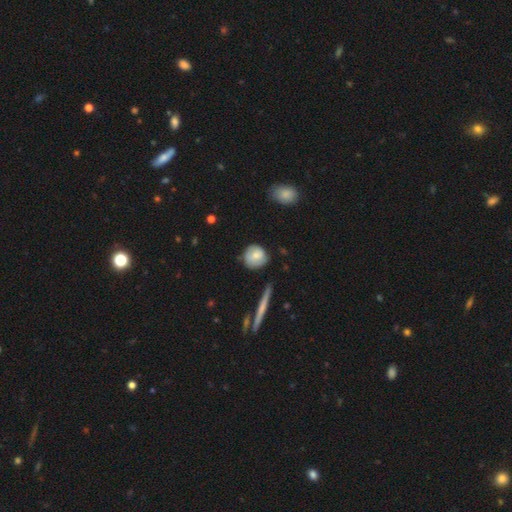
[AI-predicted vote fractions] This is likely a smooth galaxy (71%). How rounded: clearly round (87%). Merging: likely none (74%).